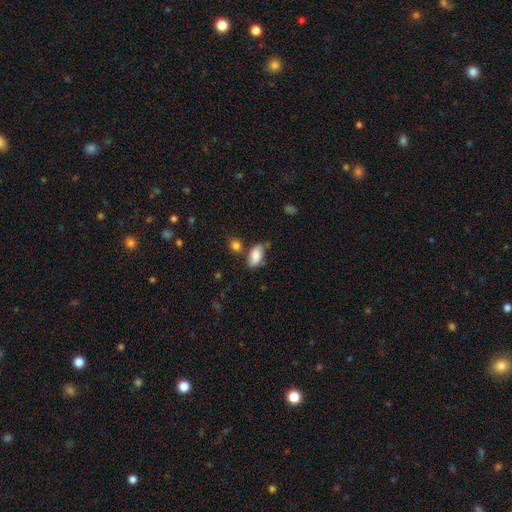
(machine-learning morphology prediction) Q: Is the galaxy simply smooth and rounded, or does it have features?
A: smooth — 80%.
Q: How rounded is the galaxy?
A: in between — 91%.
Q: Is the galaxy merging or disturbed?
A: none — 56%.